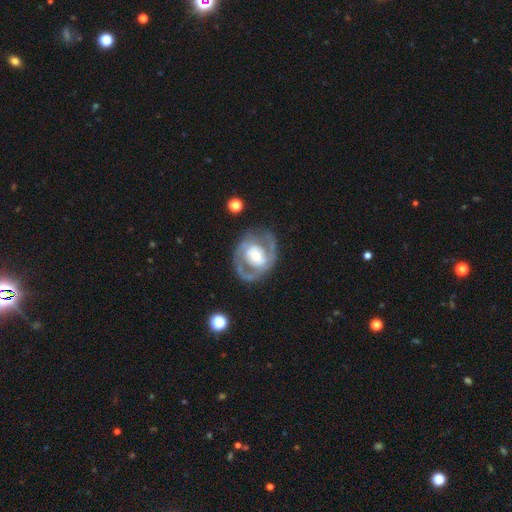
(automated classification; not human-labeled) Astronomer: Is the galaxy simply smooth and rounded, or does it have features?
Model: featured or disk — 79%.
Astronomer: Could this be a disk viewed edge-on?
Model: no — 96%.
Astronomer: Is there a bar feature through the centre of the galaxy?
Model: no — 59%.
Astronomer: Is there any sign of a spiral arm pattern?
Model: yes — 72%.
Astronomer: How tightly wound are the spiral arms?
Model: medium — 45% (runner-up: tight, 38%).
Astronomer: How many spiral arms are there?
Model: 2 — 76%.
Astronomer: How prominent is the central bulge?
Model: moderate — 61%.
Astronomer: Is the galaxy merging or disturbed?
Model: none — 69%.